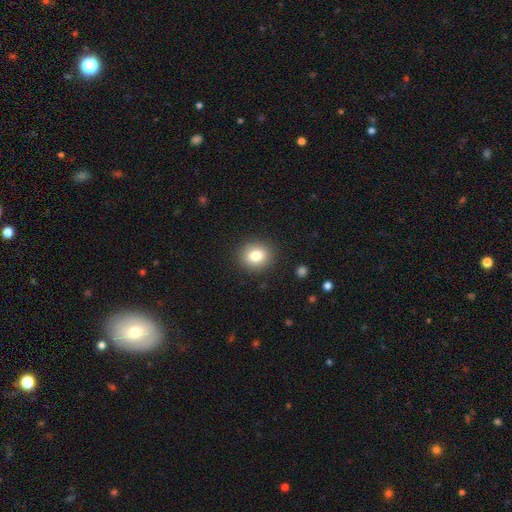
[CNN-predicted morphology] smooth 82%, star or artifact 10%, featured or disk 8%. Down the decision tree: how rounded — round (76%); merging — none (89%).